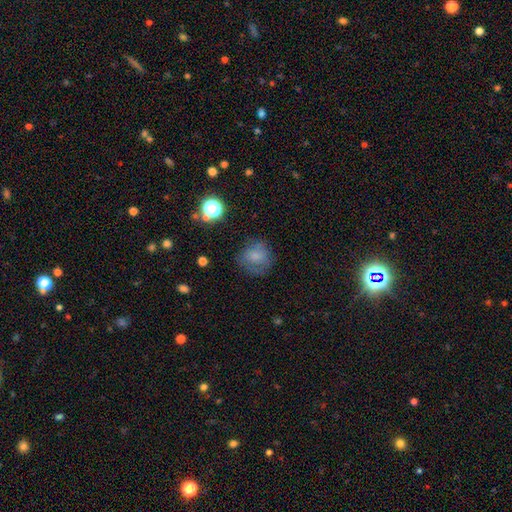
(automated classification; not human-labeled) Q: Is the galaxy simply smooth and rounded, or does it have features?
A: smooth — 73%.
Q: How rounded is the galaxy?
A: round — 82%.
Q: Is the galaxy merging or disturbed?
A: none — 67%.